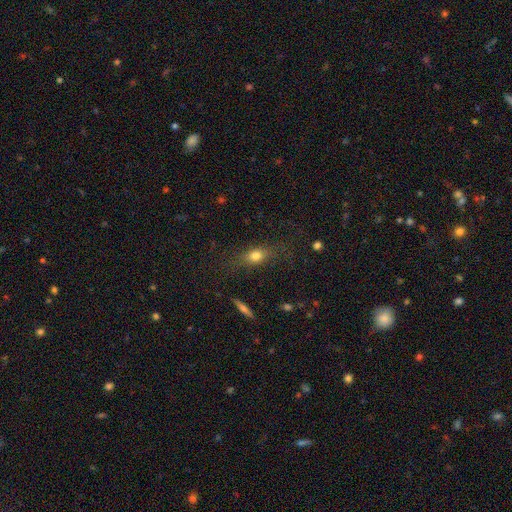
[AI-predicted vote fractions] Morphology: type=smooth (70%); roundness=in between (59%); merging=none (71%).